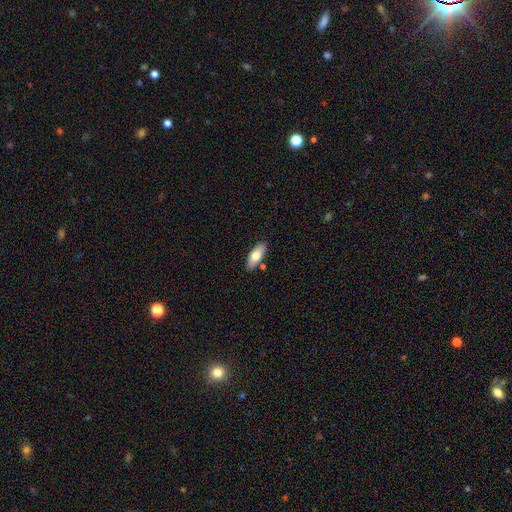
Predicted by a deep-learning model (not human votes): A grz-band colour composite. It shows a smooth galaxy with no disk features (75%) that is in between round and cigar-shaped (82%). Merging: none (82%).